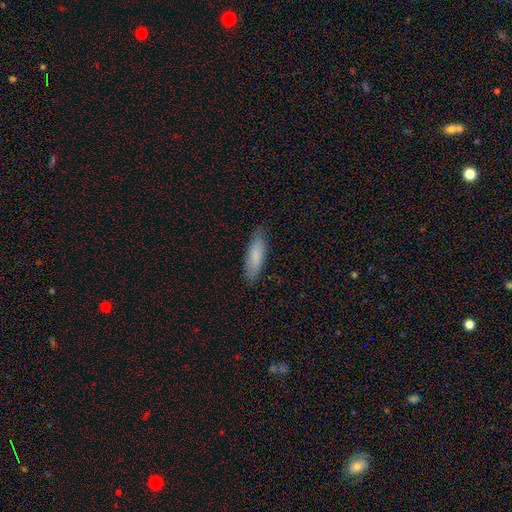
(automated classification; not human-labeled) smooth-or-featured: smooth: 84% | featured or disk: 10% | star or artifact: 6%
  how-rounded: cigar-shaped: 51% | in between: 47% | round: 1%
  merging: none: 84% | minor disturbance: 13% | major disturbance: 2% | merger: 1%